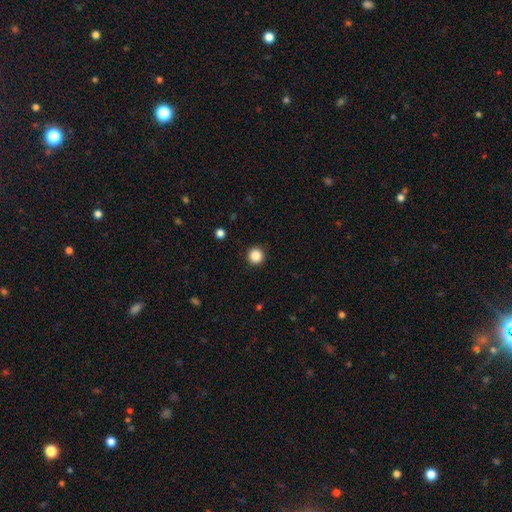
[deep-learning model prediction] Overall: smooth (87%). How rounded: round (95%). Merging: none (93%).